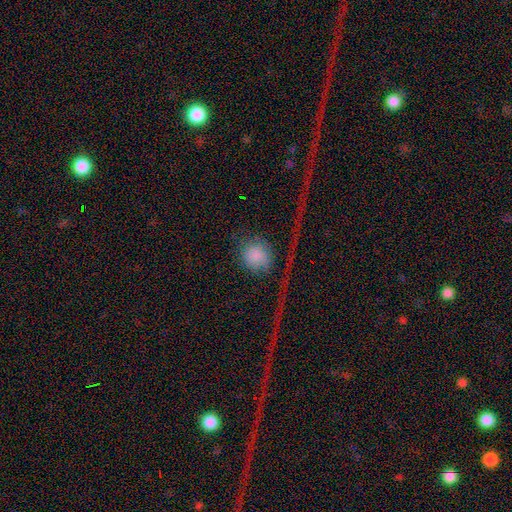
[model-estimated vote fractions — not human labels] A smooth galaxy with no disk features (70%) that is round (86%). Merging: none (53%).